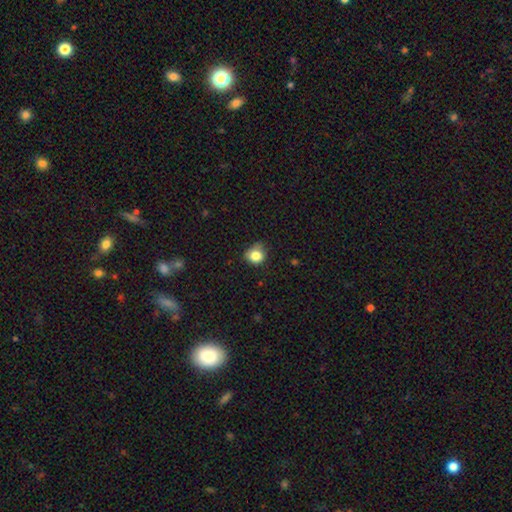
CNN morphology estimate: Smooth or featured? smooth (82%)
How rounded? round (70%)
Merging? none (56%)